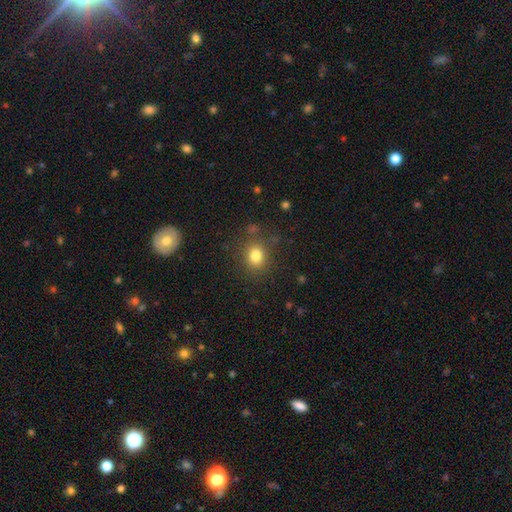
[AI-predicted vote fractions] This appears to be a smooth galaxy with no disk features (80%) that is round (67%). Merging: none (82%).